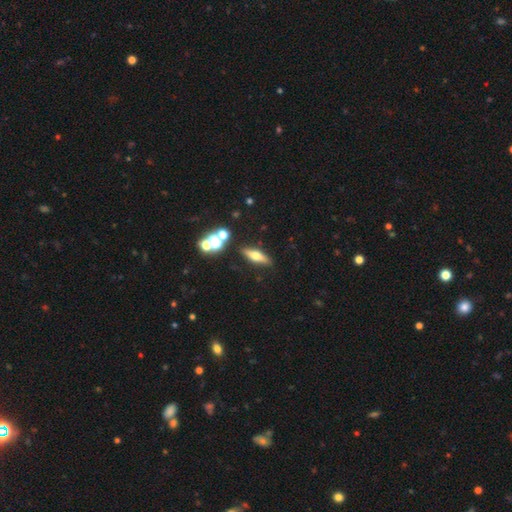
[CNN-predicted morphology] Smooth or featured? featured or disk (47%)
Merging? none (84%)